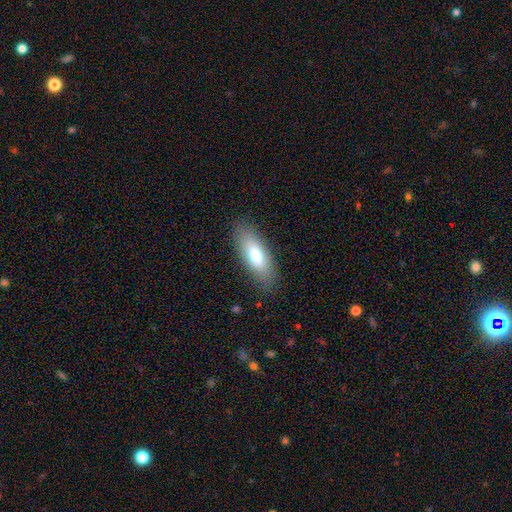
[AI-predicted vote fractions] Smooth or featured? Predicted: smooth (p=0.76). How rounded? Predicted: in between (p=0.68). Merging? Predicted: none (p=0.85).